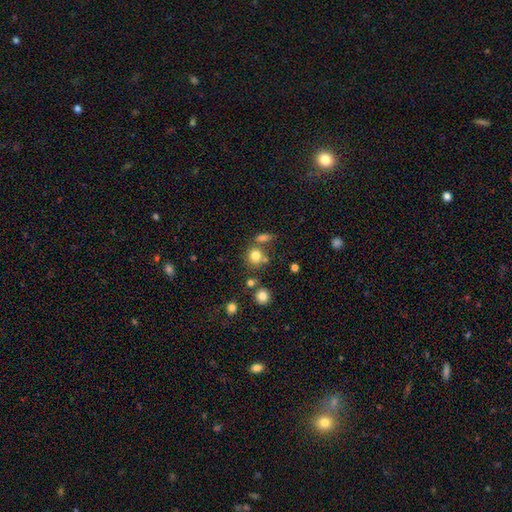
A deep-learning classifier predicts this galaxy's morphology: type=smooth (78%); roundness=round (79%); merging=none (64%).